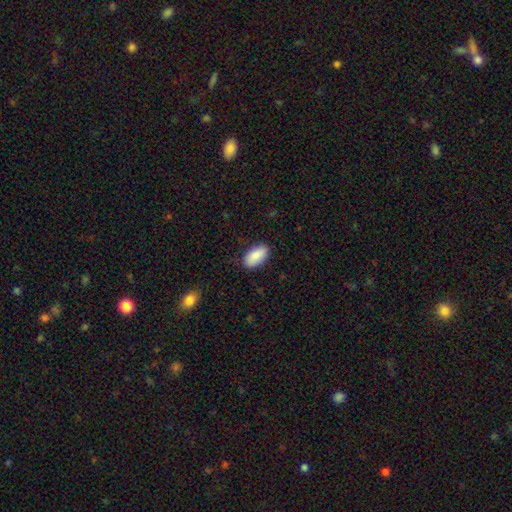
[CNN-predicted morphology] Smooth or featured: smooth — 87% (featured or disk — 7%)
How rounded: in between — 93% (cigar-shaped — 4%)
Merging: none — 83% (minor disturbance — 13%)